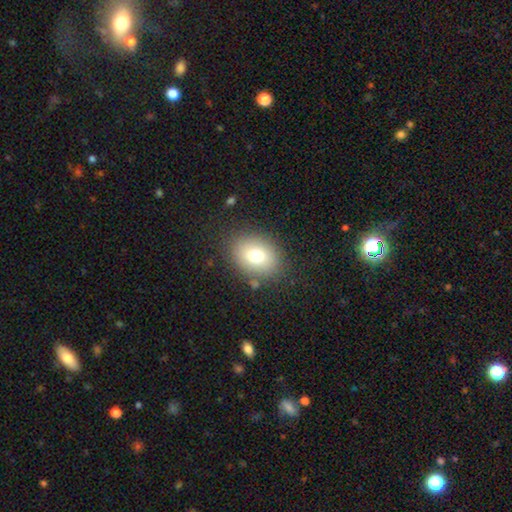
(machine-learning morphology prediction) This appears to be a smooth galaxy with no disk features (74%) that is in between round and cigar-shaped (57%). Merging: none (82%).